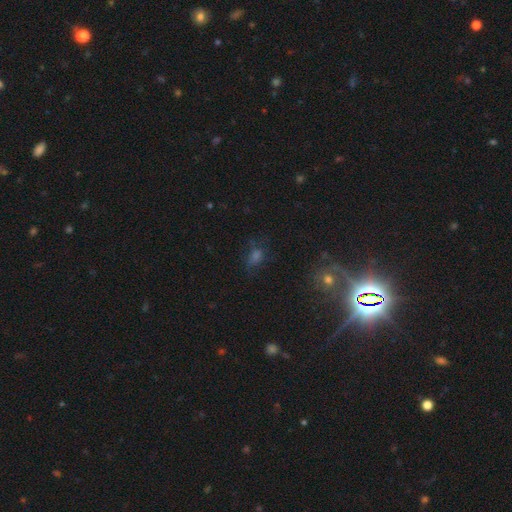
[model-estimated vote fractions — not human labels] The model was most divided on "smooth or featured": smooth: 41%, star or artifact: 40%, featured or disk: 19%. More confident: merging — none (60%).